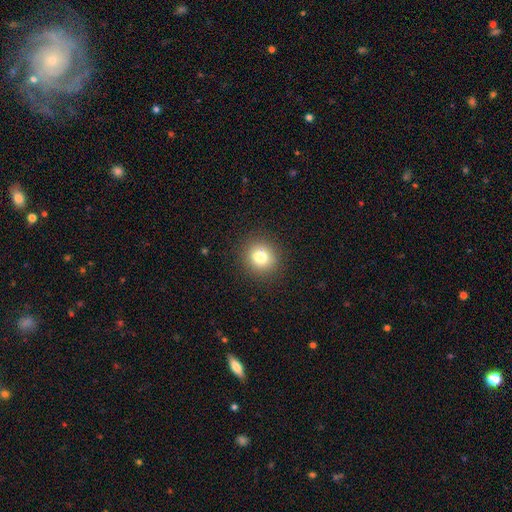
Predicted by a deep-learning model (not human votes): A smooth galaxy with no disk features (80%) that is round (86%).

Vote fractions:
- Smooth or featured? smooth: 80% / star or artifact: 12% / featured or disk: 8%
- How rounded? round: 86% / in between: 13% / cigar-shaped: 1%
- Merging? none: 91% / minor disturbance: 6% / major disturbance: 2% / merger: 1%